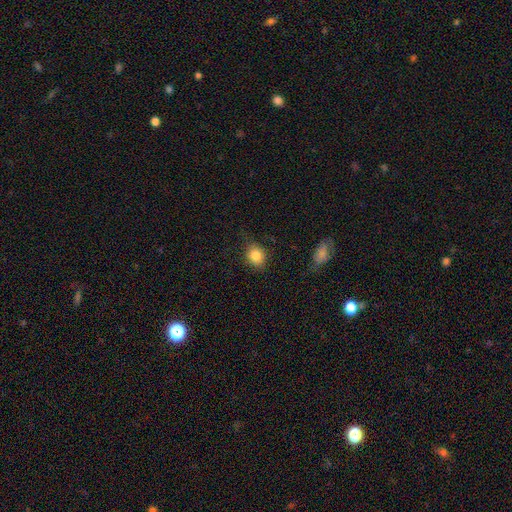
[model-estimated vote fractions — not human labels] A smooth galaxy with no disk features (82%) that is round (65%).

Vote fractions:
- Smooth or featured? smooth: 82% / star or artifact: 10% / featured or disk: 8%
- How rounded? round: 65% / in between: 33% / cigar-shaped: 1%
- Merging? none: 76% / minor disturbance: 18% / major disturbance: 5% / merger: 2%